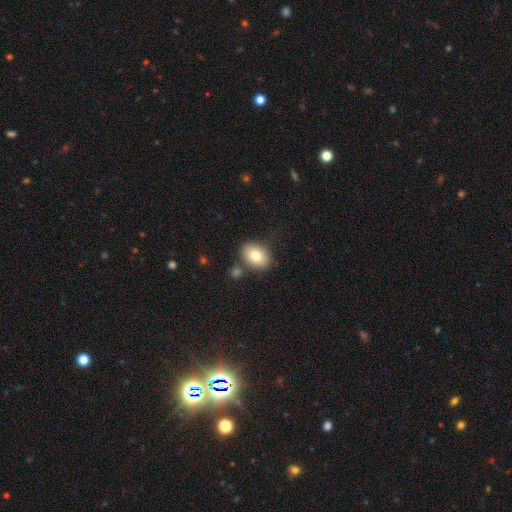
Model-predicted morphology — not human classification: The model was most divided on "how rounded": in between: 73%, round: 26%, cigar-shaped: 1%. More confident: smooth or featured — smooth (79%); merging — none (74%).